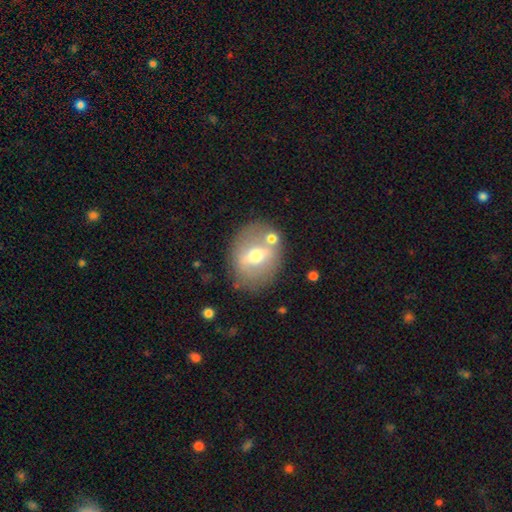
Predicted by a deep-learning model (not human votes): featured or disk 48%, smooth 44%, star or artifact 8%. Down the decision tree: merging — none (74%).